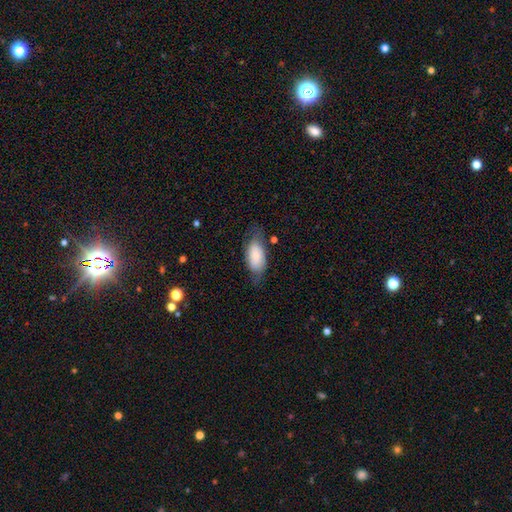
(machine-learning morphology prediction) Smooth or featured? smooth (71%)
How rounded? in between (92%)
Merging? none (57%)